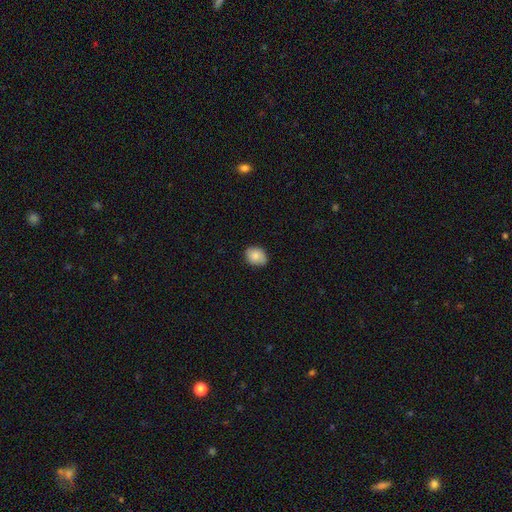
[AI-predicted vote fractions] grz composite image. It shows a smooth galaxy with no disk features (84%) that is in between round and cigar-shaped (59%). Merging: none (79%).